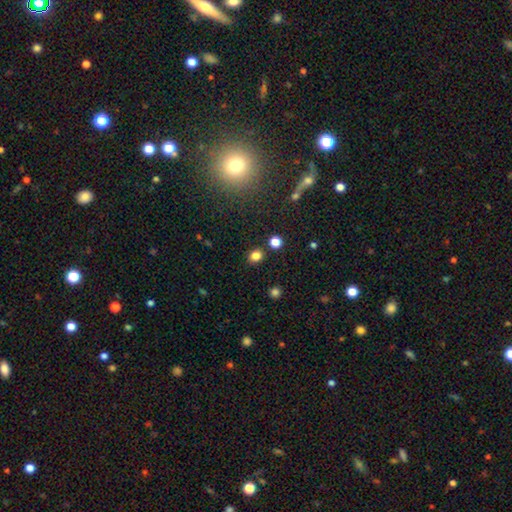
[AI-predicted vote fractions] Morphology: type=smooth (81%); roundness=round (69%); merging=none (86%).